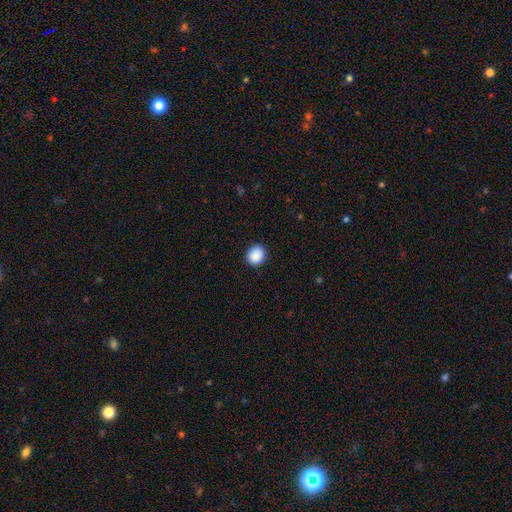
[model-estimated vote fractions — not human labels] The model was most divided on "how rounded": round: 80%, in between: 19%, cigar-shaped: 1%. More confident: merging — none (89%); smooth or featured — smooth (89%).